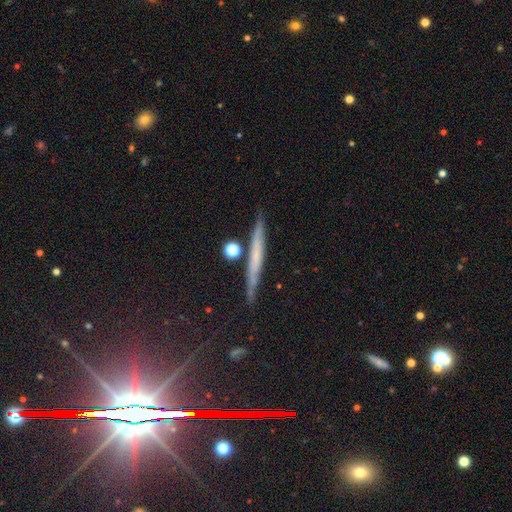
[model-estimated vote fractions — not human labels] This is possibly a featured or disk galaxy (47%). Merging: clearly none (85%).